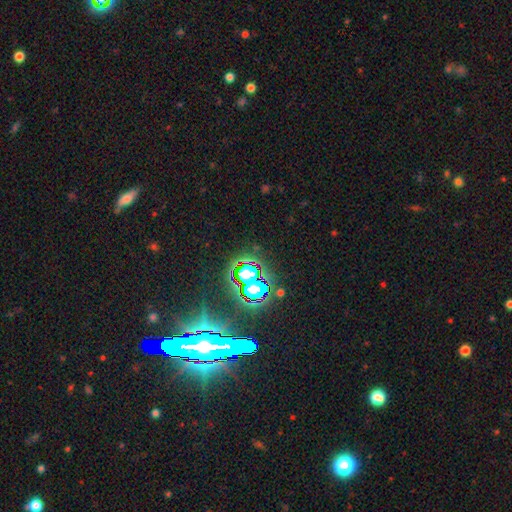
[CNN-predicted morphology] Smooth or featured? star or artifact (81%)